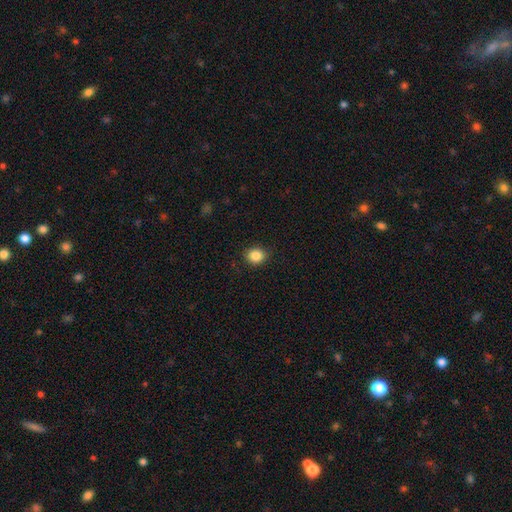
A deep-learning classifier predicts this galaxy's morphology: Smooth or featured? Predicted: smooth (p=0.86). How rounded? Predicted: round (p=0.73). Merging? Predicted: none (p=0.89).